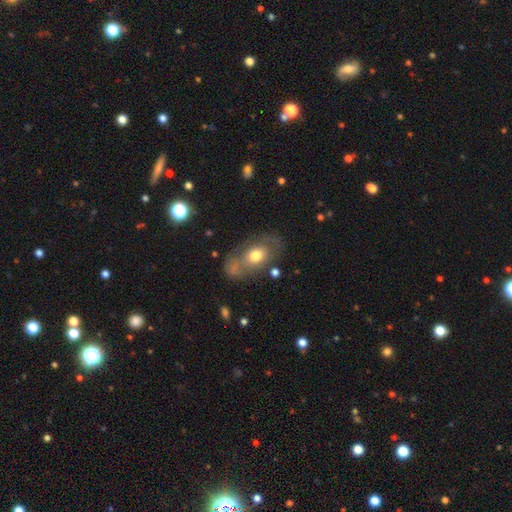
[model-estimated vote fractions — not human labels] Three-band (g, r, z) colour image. It shows a smooth galaxy with no disk features (52%) that is in between round and cigar-shaped (78%). Merging: none (58%).